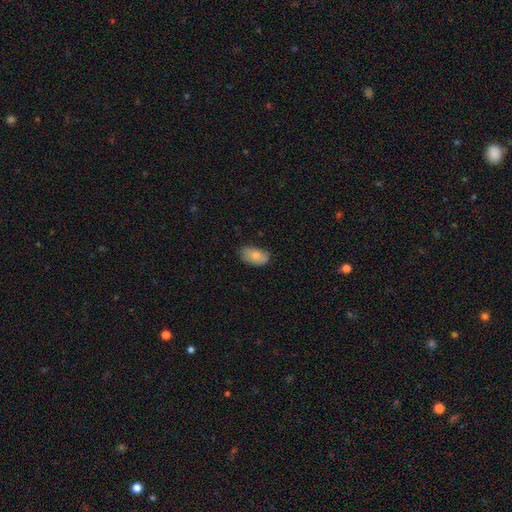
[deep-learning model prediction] The model was most divided on "merging": none: 67%, minor disturbance: 27%, major disturbance: 5%, merger: 1%. More confident: how rounded — in between (93%); smooth or featured — smooth (81%).